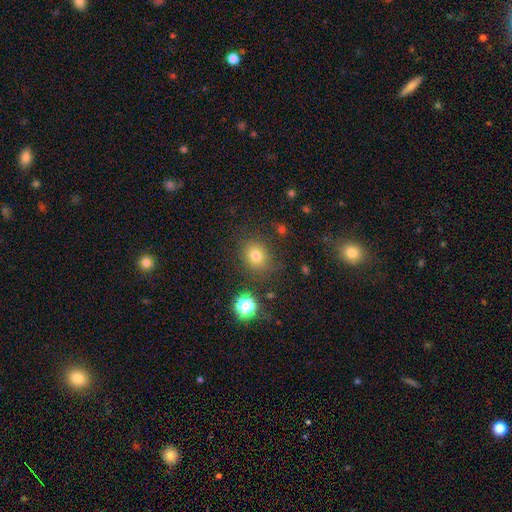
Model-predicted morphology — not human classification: smooth_or_featured: smooth (p=0.75) [alt: star or artifact p=0.17]
how_rounded: round (p=0.73) [alt: in between p=0.26]
merging: none (p=0.83) [alt: minor disturbance p=0.10]